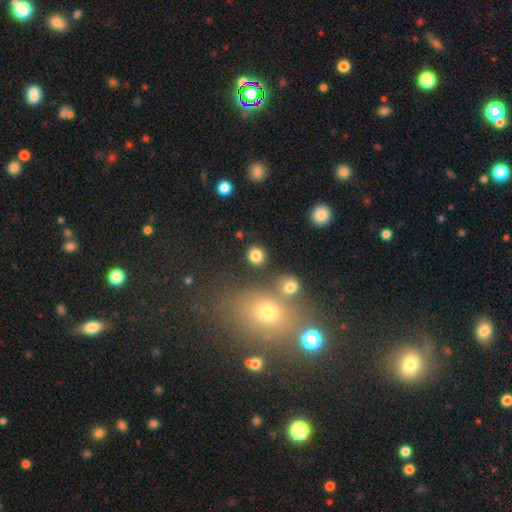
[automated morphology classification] smooth 83%, star or artifact 11%, featured or disk 6%. Down the decision tree: how rounded — round (81%); merging — none (84%).